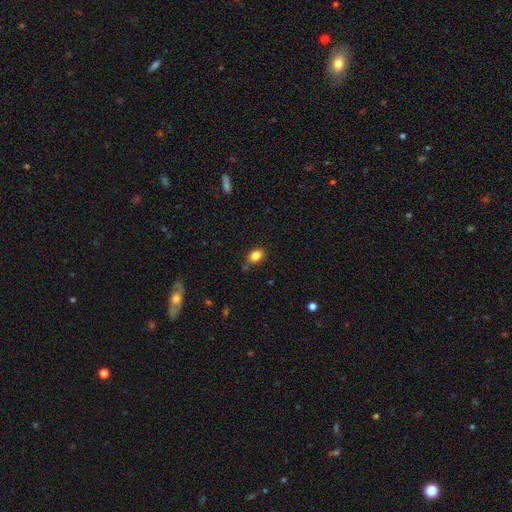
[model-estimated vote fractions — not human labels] This is clearly a smooth galaxy (84%). How rounded: likely in between (70%). Merging: clearly none (80%).